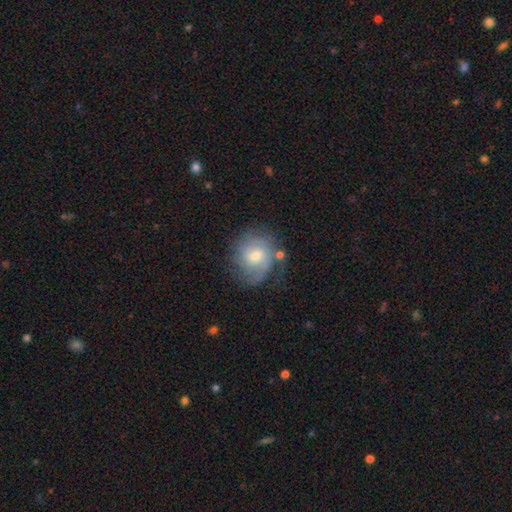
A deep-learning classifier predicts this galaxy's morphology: Overall: featured or disk (59%; smooth 33%). Edge-on disk: no (97%). Bar: no (54%; weak 41%). Spiral arms: yes (85%). Bulge size: moderate (58%; small 35%). Merging: none (58%; minor disturbance 23%).